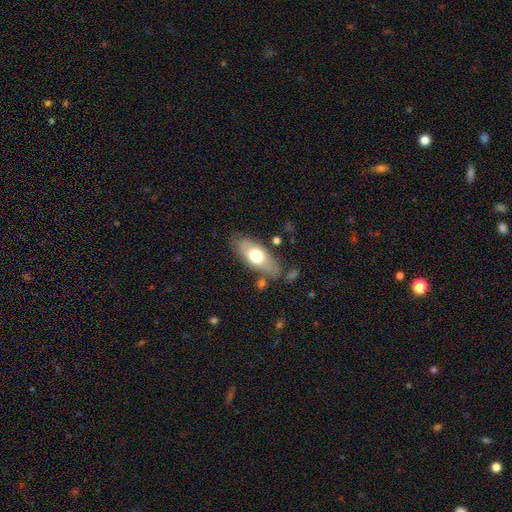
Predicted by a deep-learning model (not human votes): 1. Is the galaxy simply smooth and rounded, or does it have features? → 63% smooth, 31% featured or disk, 6% star or artifact.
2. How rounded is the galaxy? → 83% in between, 14% cigar-shaped, 3% round.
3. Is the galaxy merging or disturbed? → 75% none, 16% minor disturbance, 5% major disturbance, 4% merger.